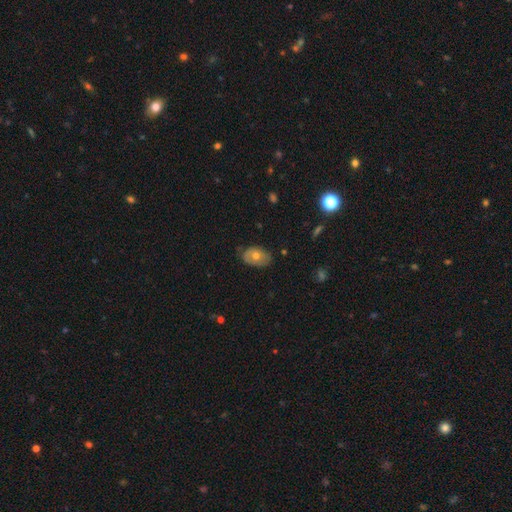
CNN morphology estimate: A smooth galaxy with no disk features (56%) that is in between round and cigar-shaped (85%). Merging: none (69%).